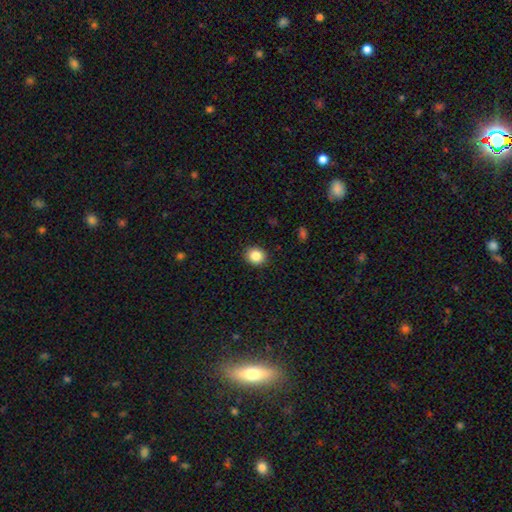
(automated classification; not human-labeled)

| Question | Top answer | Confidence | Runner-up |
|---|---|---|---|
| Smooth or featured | smooth | 86% | star or artifact (10%) |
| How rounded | round | 72% | in between (27%) |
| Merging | none | 91% | minor disturbance (6%) |